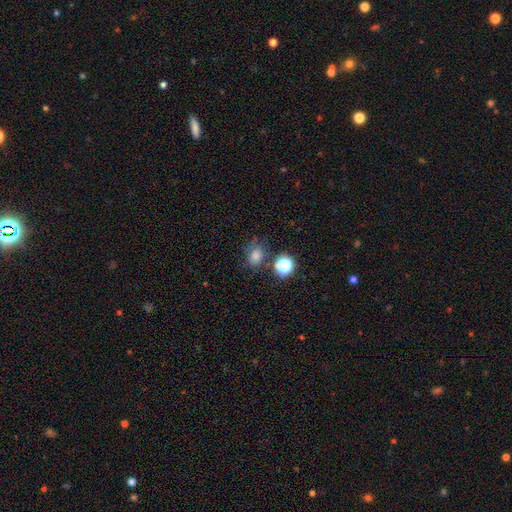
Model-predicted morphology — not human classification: A smooth galaxy with no disk features (53%) that is round (57%). Merging: none (66%).